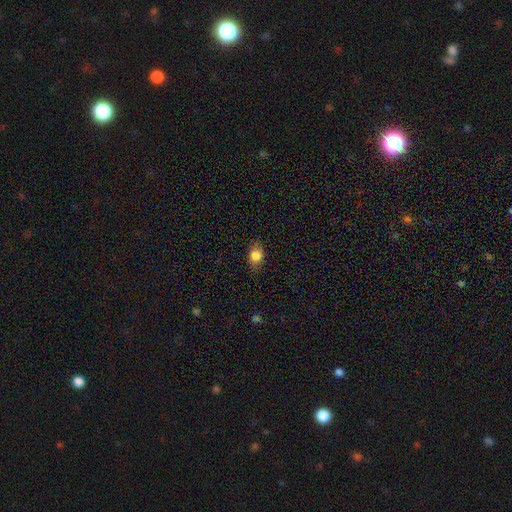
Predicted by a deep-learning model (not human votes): Smooth or featured?
  - smooth: 83% *
  - star or artifact: 9%
  - featured or disk: 8%
How rounded?
  - in between: 60% *
  - round: 38%
  - cigar-shaped: 2%
Merging?
  - none: 80% *
  - minor disturbance: 15%
  - major disturbance: 4%
  - merger: 1%